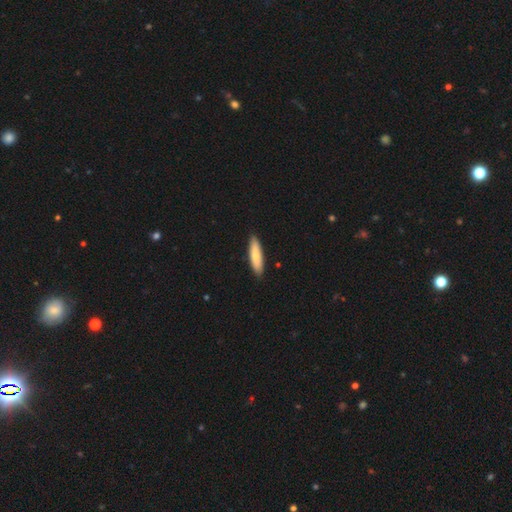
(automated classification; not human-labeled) A smooth galaxy with no disk features (75%) that is cigar-shaped (69%).

Vote fractions:
- Smooth or featured? smooth: 75% / featured or disk: 19% / star or artifact: 5%
- How rounded? cigar-shaped: 69% / in between: 30% / round: 2%
- Merging? none: 89% / minor disturbance: 8% / major disturbance: 1% / merger: 1%